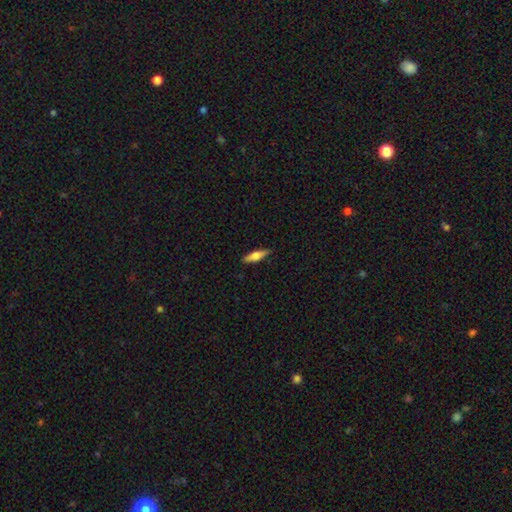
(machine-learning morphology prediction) This appears to be a smooth galaxy with no disk features (50%) that is cigar-shaped (69%). Merging: none (89%).